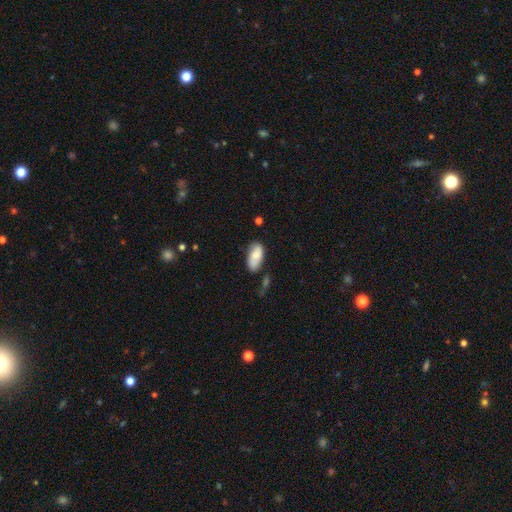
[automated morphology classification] smooth 70%, featured or disk 23%, star or artifact 7%. Down the decision tree: how rounded — in between (92%); merging — none (65%).